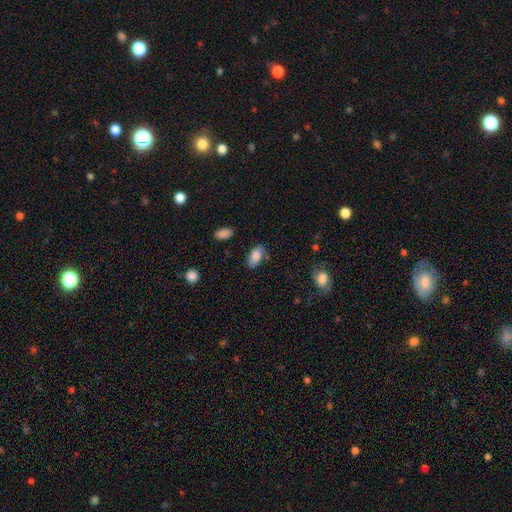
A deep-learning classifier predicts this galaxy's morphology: smooth_or_featured: smooth (p=0.81) [alt: featured or disk p=0.12]
how_rounded: in between (p=0.93) [alt: round p=0.03]
merging: none (p=0.75) [alt: minor disturbance p=0.18]